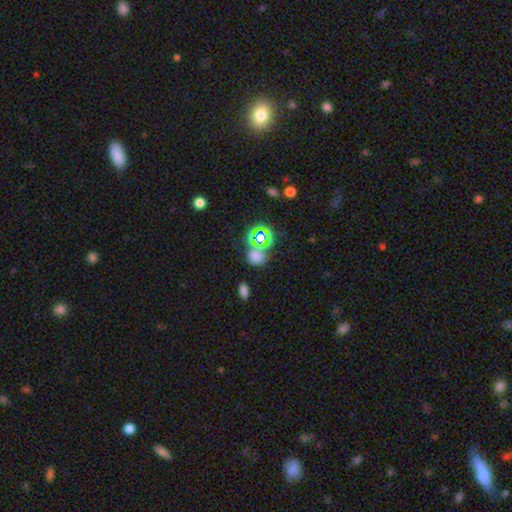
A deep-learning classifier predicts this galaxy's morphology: Smooth or featured: smooth — 53% (star or artifact — 40%)
How rounded: round — 63% (in between — 36%)
Merging: none — 62% (merger — 19%)